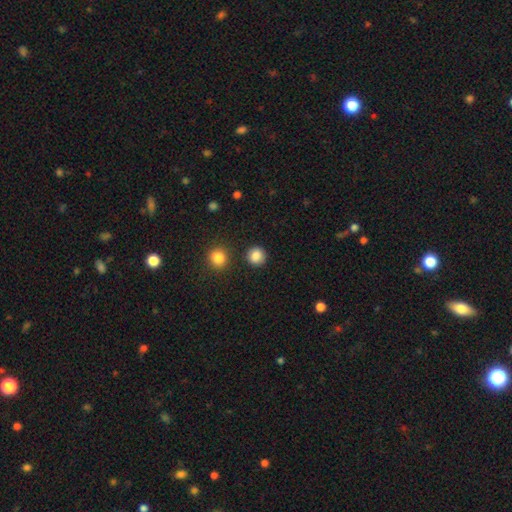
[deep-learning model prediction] The model was most divided on "smooth or featured": smooth: 86%, star or artifact: 10%, featured or disk: 4%. More confident: how rounded — round (92%); merging — none (89%).